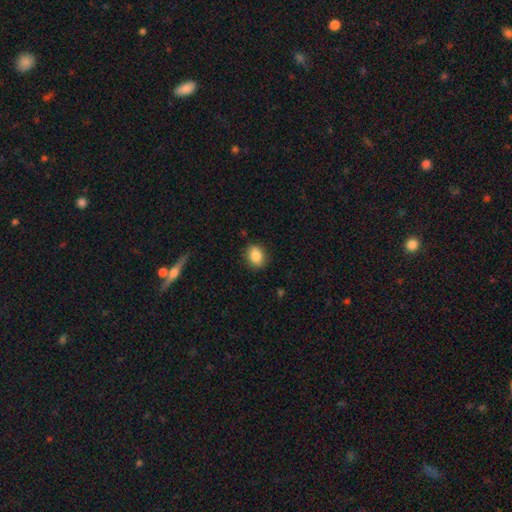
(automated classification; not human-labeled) Smooth or featured: smooth — 85% (star or artifact — 9%)
How rounded: in between — 51% (round — 47%)
Merging: none — 87% (minor disturbance — 10%)